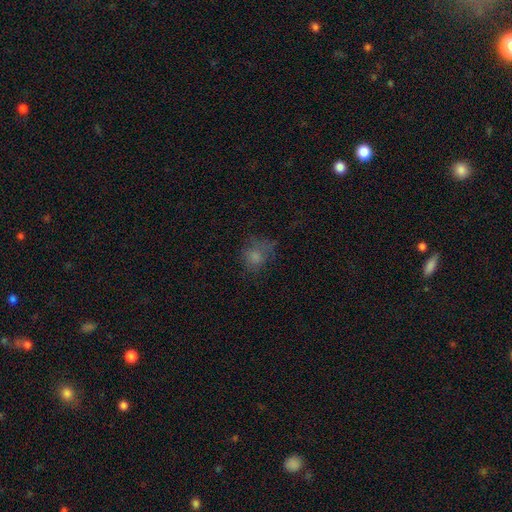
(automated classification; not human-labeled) Smooth or featured? Predicted: smooth (p=0.69). How rounded? Predicted: round (p=0.65). Merging? Predicted: none (p=0.53).